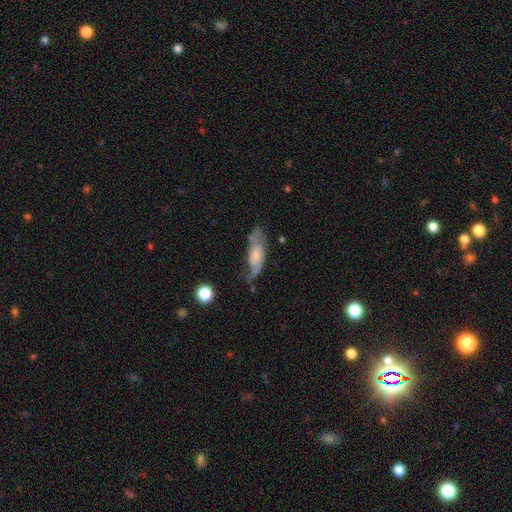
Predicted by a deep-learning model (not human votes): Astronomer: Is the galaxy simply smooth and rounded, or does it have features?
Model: featured or disk — 54% (runner-up: smooth, 39%).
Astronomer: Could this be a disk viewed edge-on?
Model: no — 78%.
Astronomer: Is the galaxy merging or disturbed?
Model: none — 50% (runner-up: minor disturbance, 28%).